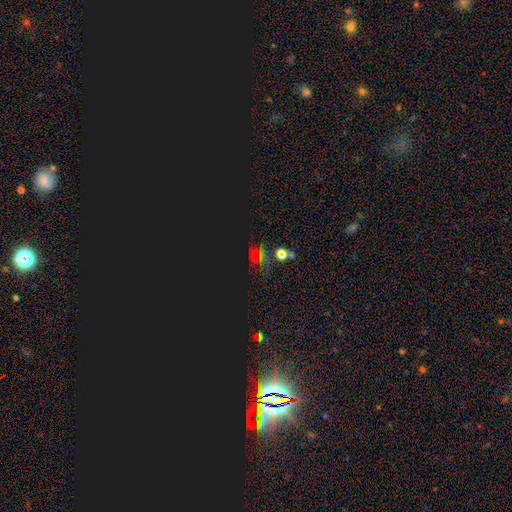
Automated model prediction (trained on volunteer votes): Smooth or featured: star or artifact — 65% (smooth — 24%)